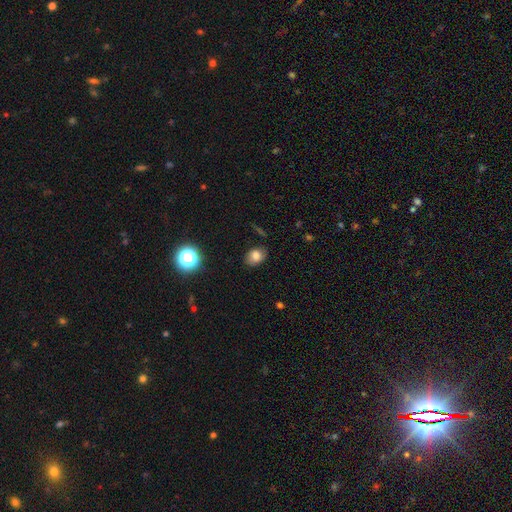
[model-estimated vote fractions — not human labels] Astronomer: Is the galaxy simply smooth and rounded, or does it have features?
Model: smooth — 77%.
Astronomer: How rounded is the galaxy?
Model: in between — 68%.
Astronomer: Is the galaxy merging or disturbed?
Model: none — 79%.